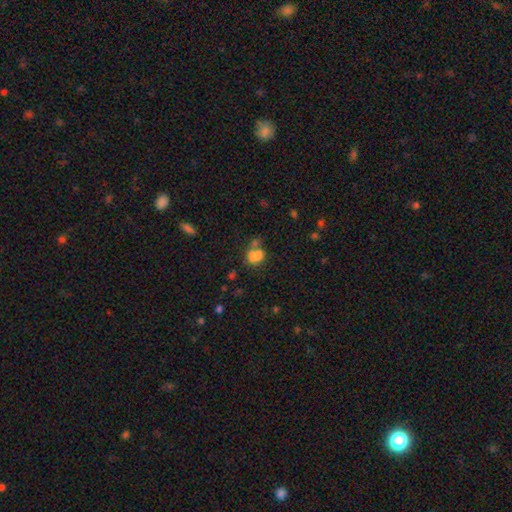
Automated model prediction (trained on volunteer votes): This is likely a smooth galaxy (64%). How rounded: possibly in between (59%). Merging: possibly merger (49%).